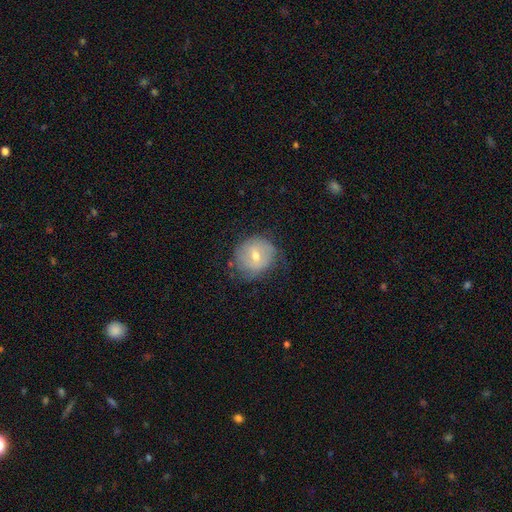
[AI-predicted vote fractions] The model was most divided on "smooth or featured": smooth: 47%, featured or disk: 44%, star or artifact: 10%. More confident: merging — none (67%).